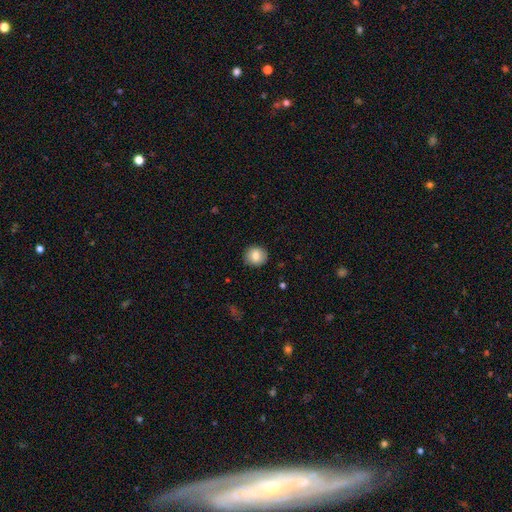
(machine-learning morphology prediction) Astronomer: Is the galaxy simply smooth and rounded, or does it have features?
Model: smooth — 82%.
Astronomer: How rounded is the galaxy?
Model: round — 87%.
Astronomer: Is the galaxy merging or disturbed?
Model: none — 89%.